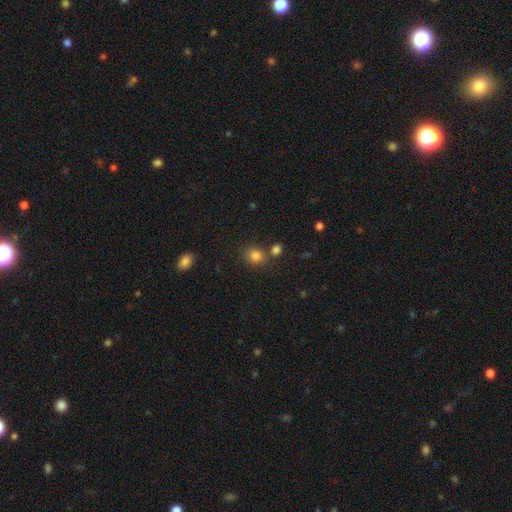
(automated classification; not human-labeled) This appears to be a smooth galaxy with no disk features (82%) that is round (71%). Merging: none (69%).